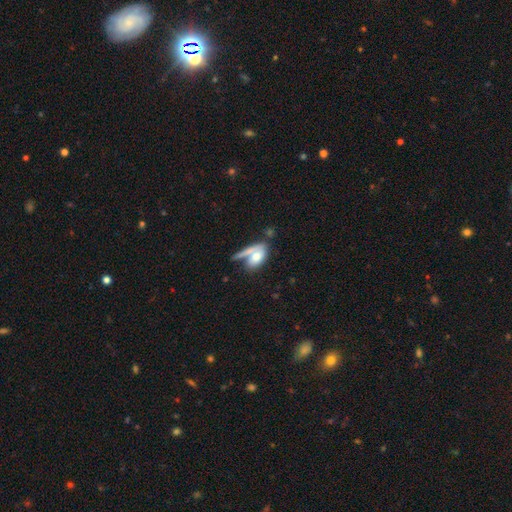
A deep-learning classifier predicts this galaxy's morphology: type=smooth (65%); roundness=in between (83%); merging=merger (40%).